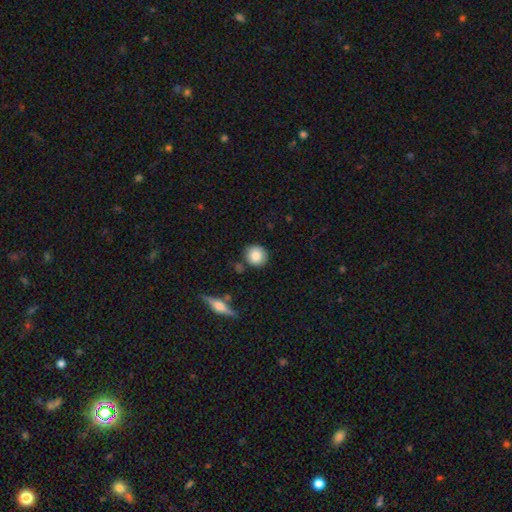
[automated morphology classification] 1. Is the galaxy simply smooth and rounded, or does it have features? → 83% smooth, 9% featured or disk, 8% star or artifact.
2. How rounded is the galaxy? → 91% round, 8% in between, 1% cigar-shaped.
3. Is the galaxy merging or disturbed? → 84% none, 9% minor disturbance, 4% merger, 2% major disturbance.